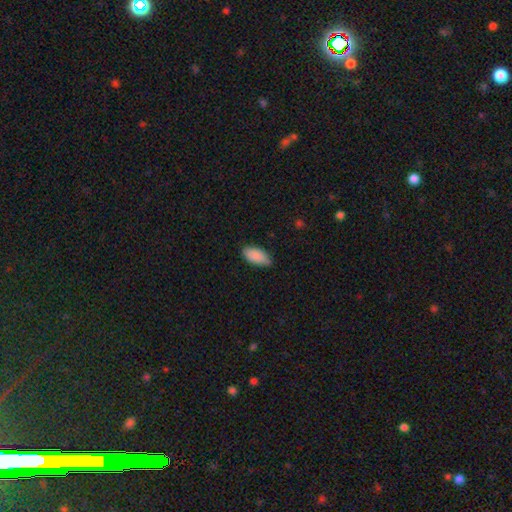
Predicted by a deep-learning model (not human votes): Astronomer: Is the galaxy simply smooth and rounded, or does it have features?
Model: smooth — 89%.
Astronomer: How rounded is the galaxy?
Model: in between — 93%.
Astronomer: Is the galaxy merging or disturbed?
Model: none — 78%.